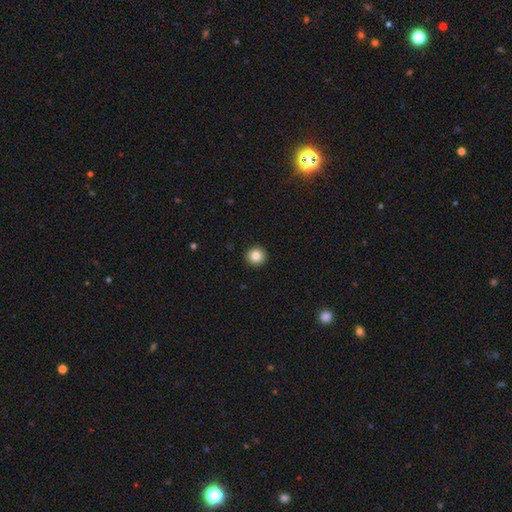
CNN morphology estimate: Q: Smooth or featured?
A: smooth (83%); runner-up: star or artifact (10%)
Q: How rounded?
A: round (95%); runner-up: in between (4%)
Q: Merging?
A: none (94%); runner-up: minor disturbance (4%)